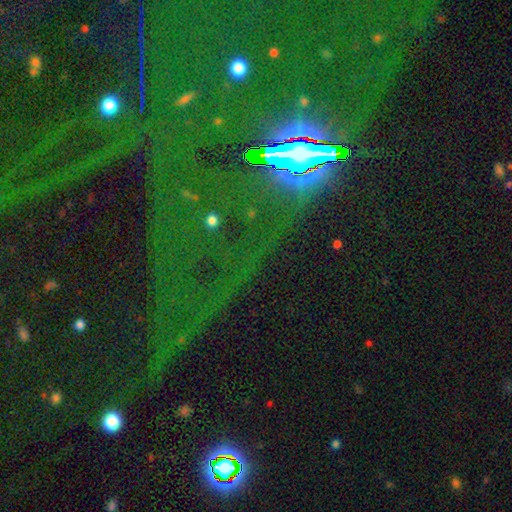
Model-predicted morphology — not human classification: star or artifact 82%, featured or disk 9%, smooth 9%.